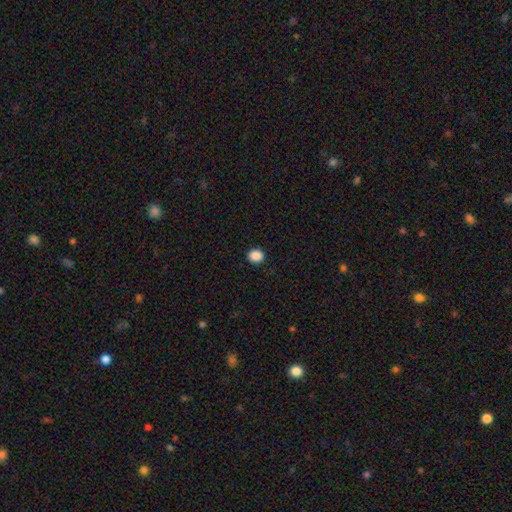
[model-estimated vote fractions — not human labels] Smooth or featured: smooth — 88% (star or artifact — 9%)
How rounded: round — 75% (in between — 24%)
Merging: none — 92% (minor disturbance — 6%)